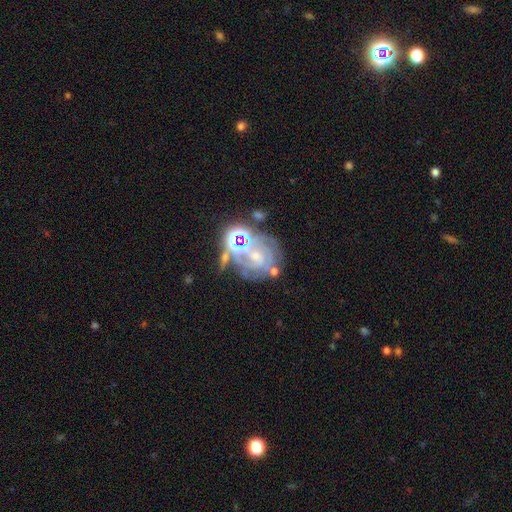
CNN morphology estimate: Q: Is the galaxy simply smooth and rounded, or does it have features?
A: featured or disk — 66%.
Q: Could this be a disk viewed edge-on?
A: no — 97%.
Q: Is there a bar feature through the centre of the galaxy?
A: no — 66%.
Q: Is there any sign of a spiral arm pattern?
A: yes — 76%.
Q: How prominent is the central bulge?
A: small — 56%.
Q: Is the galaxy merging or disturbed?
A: none — 51%.